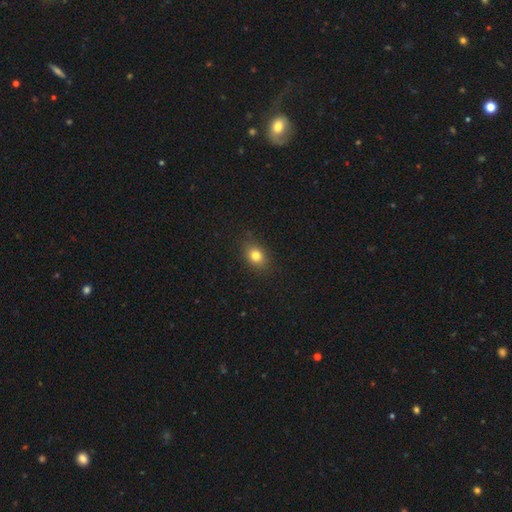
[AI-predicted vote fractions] smooth-or-featured: smooth: 79% | star or artifact: 12% | featured or disk: 9%
  how-rounded: in between: 56% | round: 42% | cigar-shaped: 2%
  merging: none: 85% | minor disturbance: 11% | major disturbance: 3% | merger: 1%